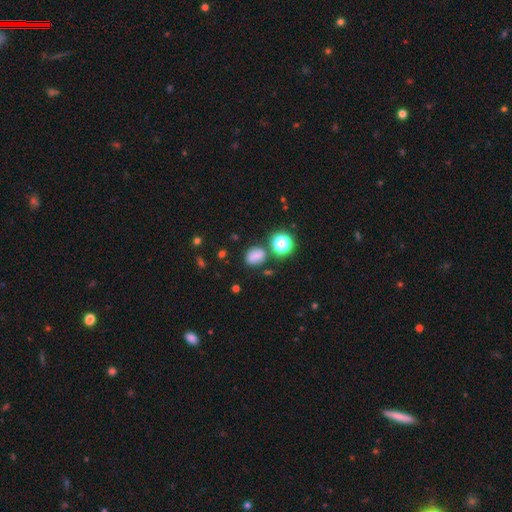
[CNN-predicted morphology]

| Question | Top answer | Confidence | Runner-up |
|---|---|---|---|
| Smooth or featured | smooth | 73% | star or artifact (18%) |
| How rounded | in between | 50% | round (48%) |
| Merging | none | 70% | minor disturbance (16%) |